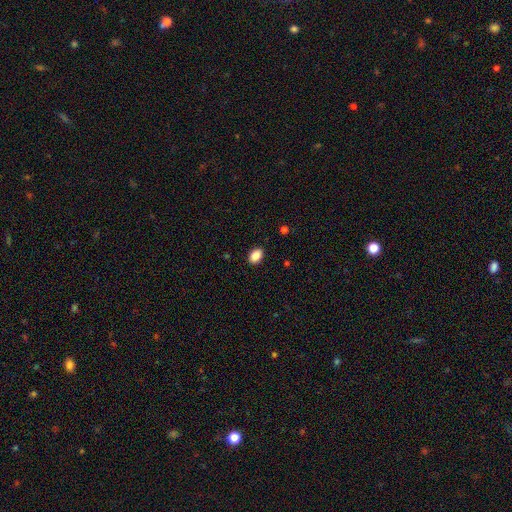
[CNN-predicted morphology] This appears to be a smooth galaxy with no disk features (87%) that is in between round and cigar-shaped (83%). Merging: none (90%).